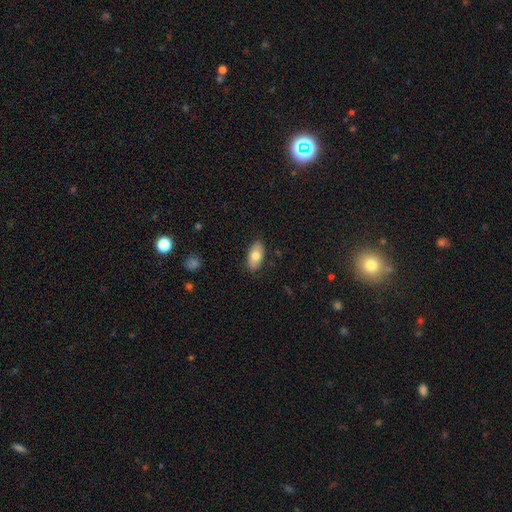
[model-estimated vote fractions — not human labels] smooth-or-featured: smooth: 76% | featured or disk: 18% | star or artifact: 6%
  how-rounded: in between: 92% | cigar-shaped: 4% | round: 4%
  merging: none: 86% | minor disturbance: 11% | major disturbance: 2% | merger: 1%